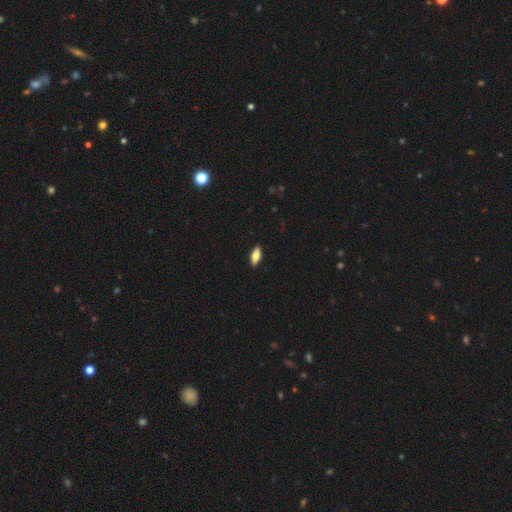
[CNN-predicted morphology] A smooth galaxy with no disk features (79%) that is in between round and cigar-shaped (79%). Merging: none (89%).